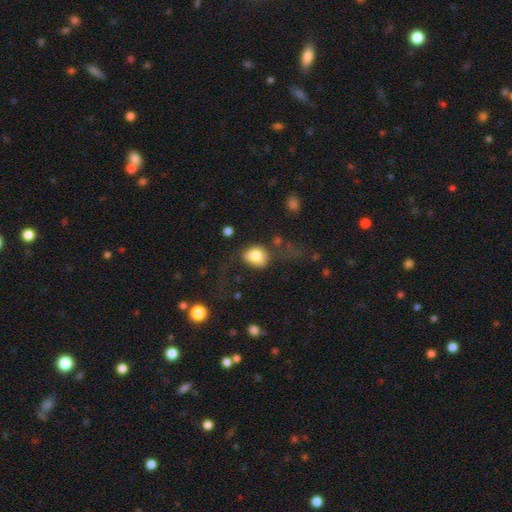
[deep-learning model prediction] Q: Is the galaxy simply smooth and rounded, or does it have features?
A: smooth — 77%.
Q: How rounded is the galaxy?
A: round — 56%.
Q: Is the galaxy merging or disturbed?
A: none — 47%.